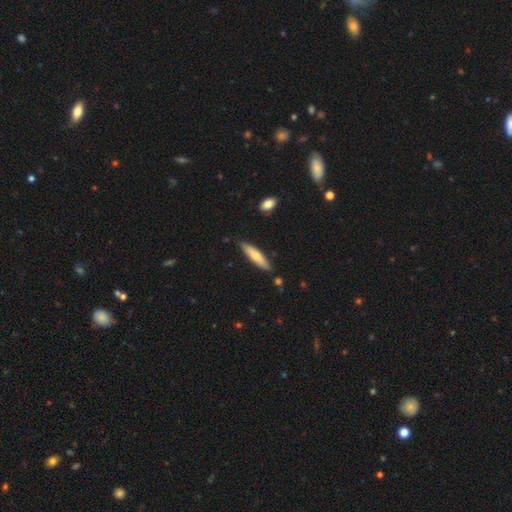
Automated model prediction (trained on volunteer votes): This appears to be a smooth galaxy with no disk features (68%) that is cigar-shaped (80%). Merging: none (84%).